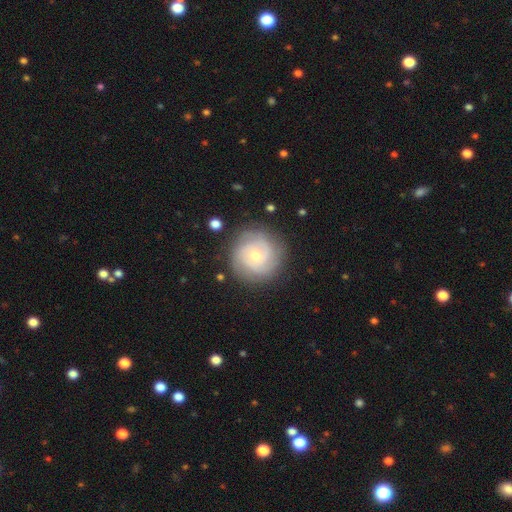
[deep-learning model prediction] A featured or disk galaxy (68%) with no bar (76%), tight (68%) spiral arms (88%) and a small central bulge (54%). Merging: none (81%).